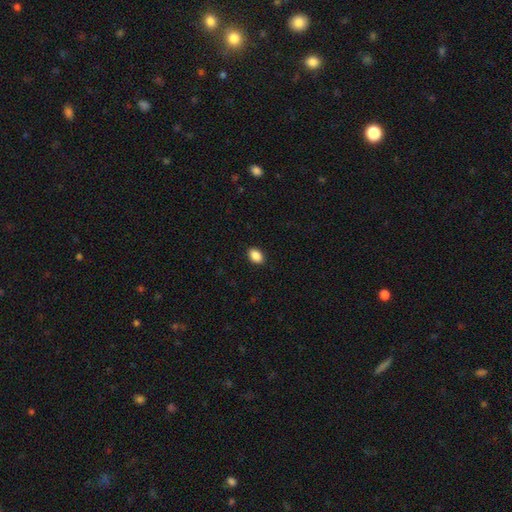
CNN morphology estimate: Smooth or featured? smooth (89%)
How rounded? in between (85%)
Merging? none (90%)